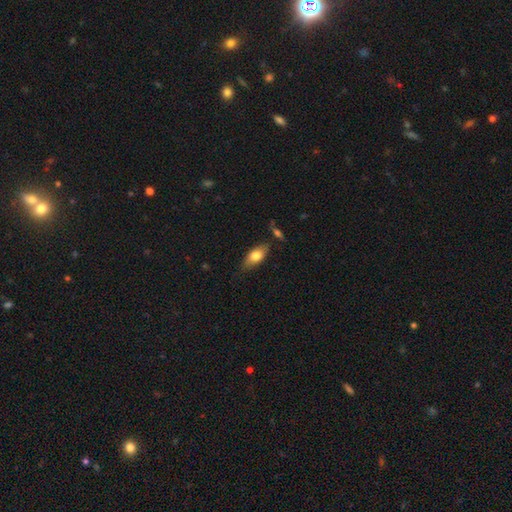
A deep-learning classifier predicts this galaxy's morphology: Q: Smooth or featured?
A: smooth (72%); runner-up: featured or disk (22%)
Q: How rounded?
A: in between (82%); runner-up: cigar-shaped (14%)
Q: Merging?
A: none (72%); runner-up: minor disturbance (19%)